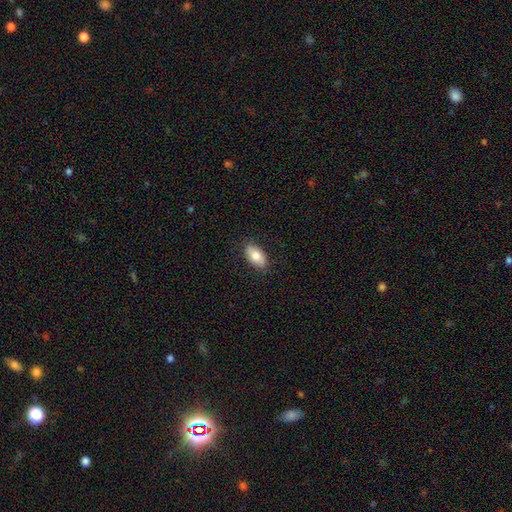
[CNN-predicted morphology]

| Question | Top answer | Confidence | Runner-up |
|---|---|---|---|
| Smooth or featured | smooth | 82% | featured or disk (12%) |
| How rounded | in between | 93% | round (4%) |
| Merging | none | 86% | minor disturbance (11%) |